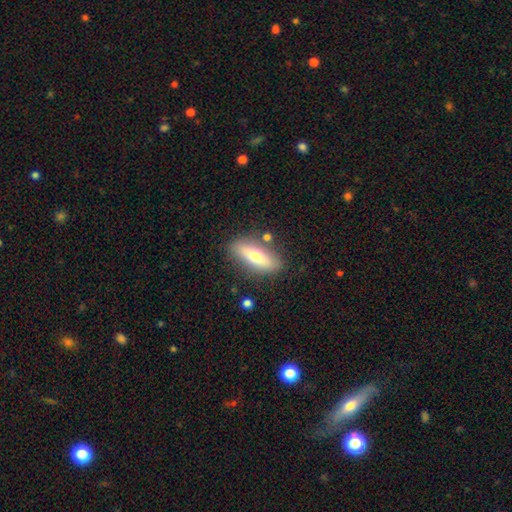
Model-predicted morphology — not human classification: smooth 59%, featured or disk 34%, star or artifact 7%. Down the decision tree: how rounded — in between (57%); merging — none (82%).